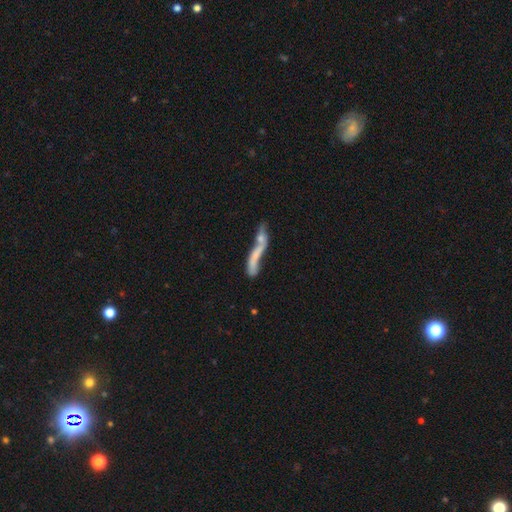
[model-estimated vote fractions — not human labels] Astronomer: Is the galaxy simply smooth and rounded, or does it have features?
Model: smooth — 45%, tied with featured or disk at 45%.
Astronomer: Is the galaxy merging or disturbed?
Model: merger — 49%.